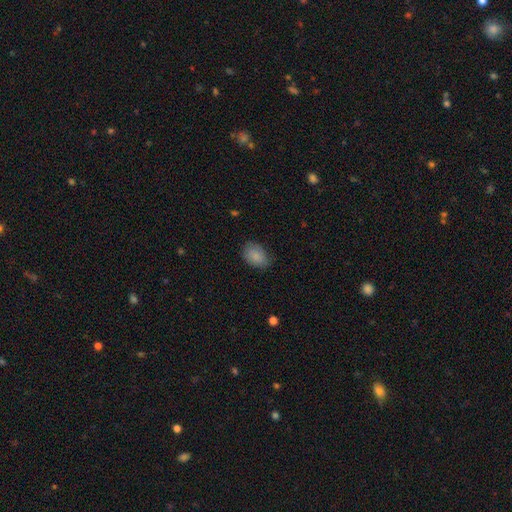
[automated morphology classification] A smooth galaxy with no disk features (86%) that is in between round and cigar-shaped (80%). Merging: none (75%).